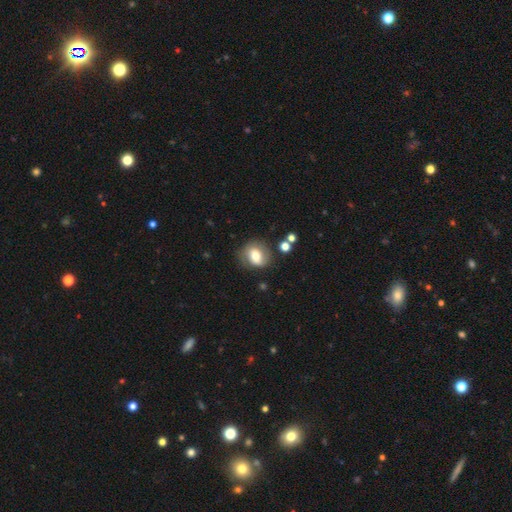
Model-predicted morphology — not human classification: A smooth galaxy with no disk features (59%) that is round (60%). Merging: none (69%).